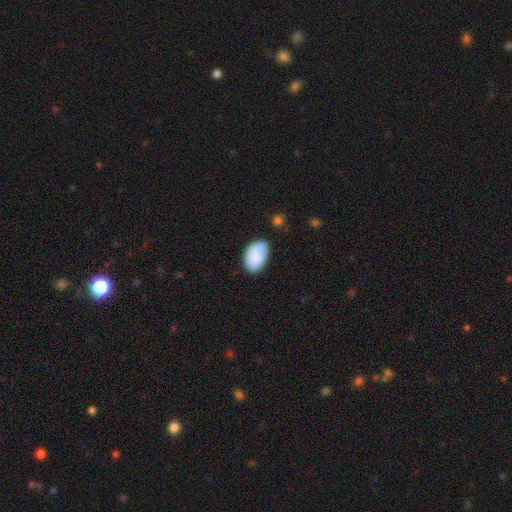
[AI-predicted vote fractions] Smooth or featured? smooth (87%)
How rounded? in between (92%)
Merging? none (69%)